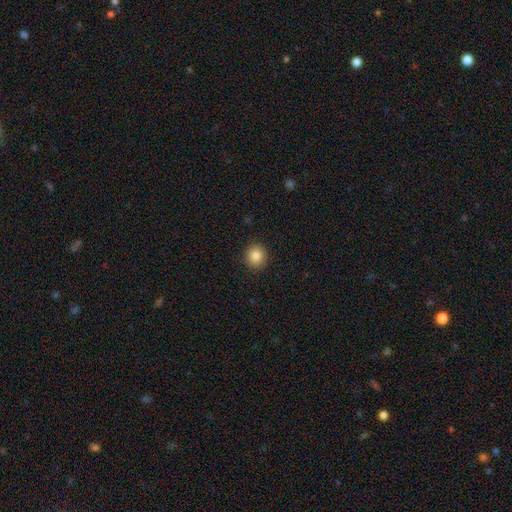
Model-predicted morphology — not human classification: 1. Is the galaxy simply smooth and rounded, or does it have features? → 84% smooth, 10% star or artifact, 6% featured or disk.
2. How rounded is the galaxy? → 86% round, 13% in between, 1% cigar-shaped.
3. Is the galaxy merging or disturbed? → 91% none, 6% minor disturbance, 2% major disturbance, 1% merger.